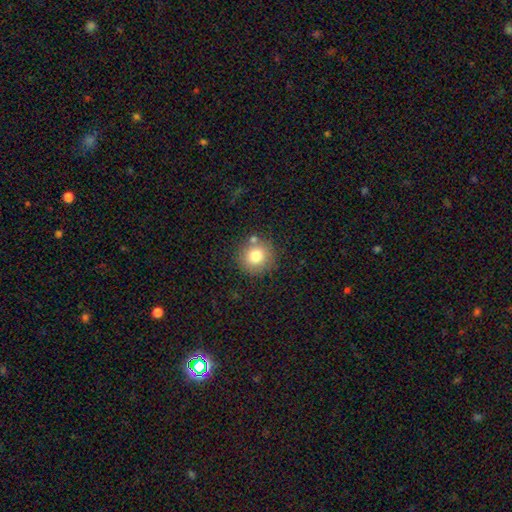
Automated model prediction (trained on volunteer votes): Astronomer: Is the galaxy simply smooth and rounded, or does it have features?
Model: smooth — 78%.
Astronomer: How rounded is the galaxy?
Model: round — 92%.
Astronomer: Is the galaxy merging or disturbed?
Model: none — 77%.